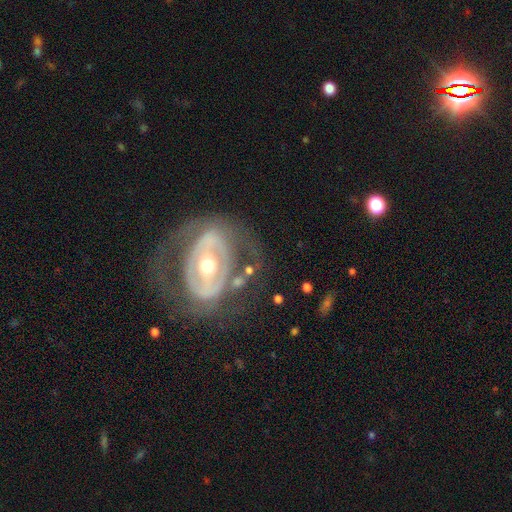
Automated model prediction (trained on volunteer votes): Overall: featured or disk (79%). Edge-on disk: no (94%). Bar: no (39%; strong 32%). Spiral arms: yes (59%; no 41%). Bulge size: moderate (54%; small 38%). Merging: none (65%).